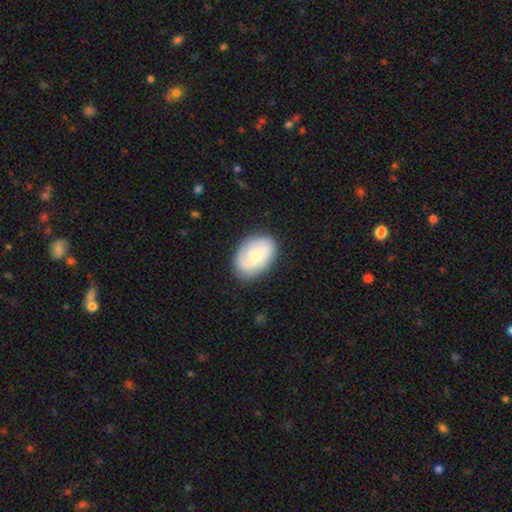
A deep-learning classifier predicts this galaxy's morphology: smooth 48%, featured or disk 46%, star or artifact 7%. Down the decision tree: merging — none (80%).